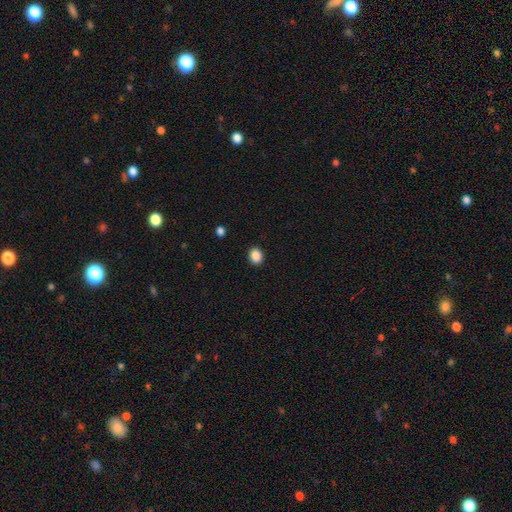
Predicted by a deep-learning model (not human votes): A smooth galaxy with no disk features (88%) that is round (50%). Merging: none (91%).